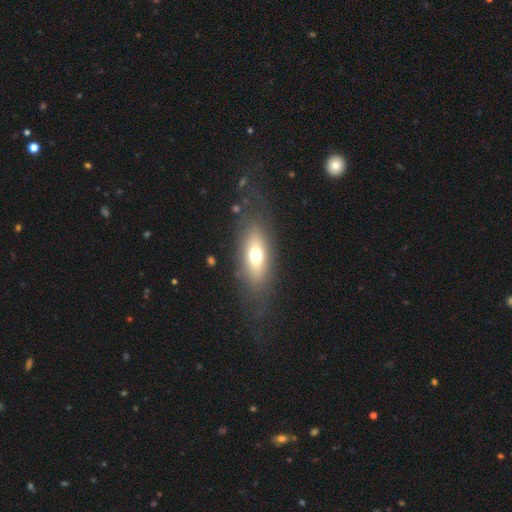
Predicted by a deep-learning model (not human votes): Smooth or featured? smooth (62%)
How rounded? in between (73%)
Merging? none (75%)